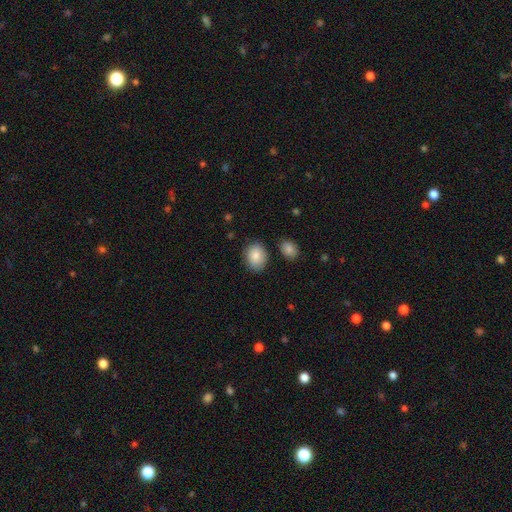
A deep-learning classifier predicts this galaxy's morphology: Smooth or featured: smooth — 86% (featured or disk — 7%)
How rounded: in between — 60% (round — 39%)
Merging: none — 81% (minor disturbance — 12%)